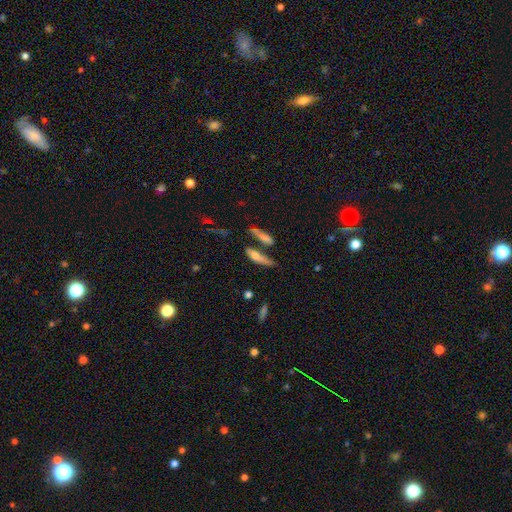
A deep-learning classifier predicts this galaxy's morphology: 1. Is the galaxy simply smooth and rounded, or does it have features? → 62% smooth, 28% featured or disk, 10% star or artifact.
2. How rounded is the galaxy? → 69% cigar-shaped, 28% in between, 3% round.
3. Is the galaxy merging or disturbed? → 47% none, 25% merger, 19% minor disturbance, 9% major disturbance.